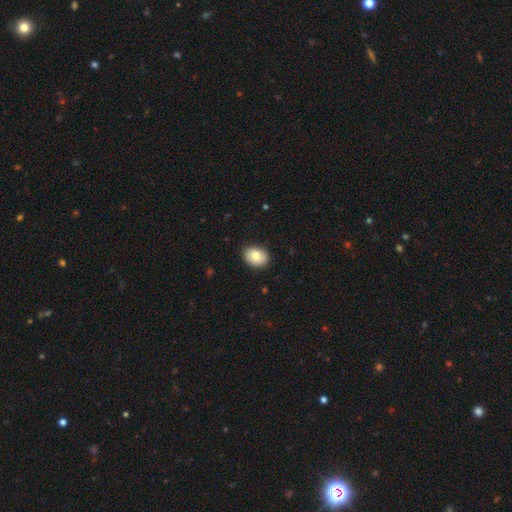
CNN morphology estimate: A smooth galaxy with no disk features (76%) that is in between round and cigar-shaped (63%).

Vote fractions:
- Smooth or featured? smooth: 76% / featured or disk: 16% / star or artifact: 8%
- How rounded? in between: 63% / round: 36% / cigar-shaped: 1%
- Merging? none: 88% / minor disturbance: 9% / major disturbance: 2% / merger: 1%